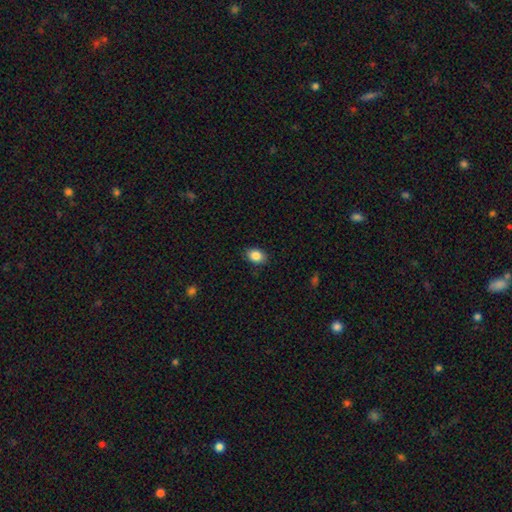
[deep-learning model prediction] Smooth or featured? Predicted: smooth (p=0.86). How rounded? Predicted: in between (p=0.73). Merging? Predicted: none (p=0.88).